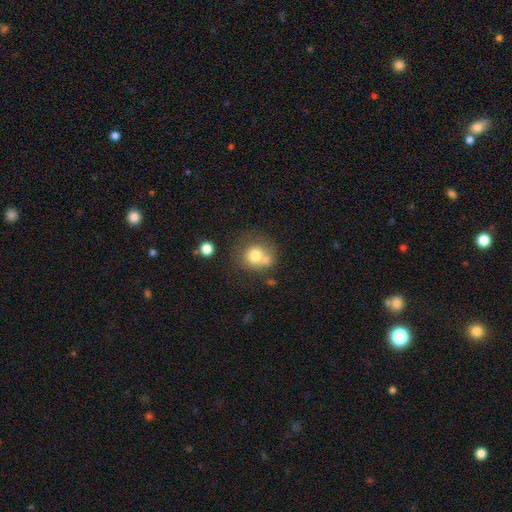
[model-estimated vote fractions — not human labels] This is likely a smooth galaxy (73%). How rounded: clearly round (82%). Merging: marginally none (43%).